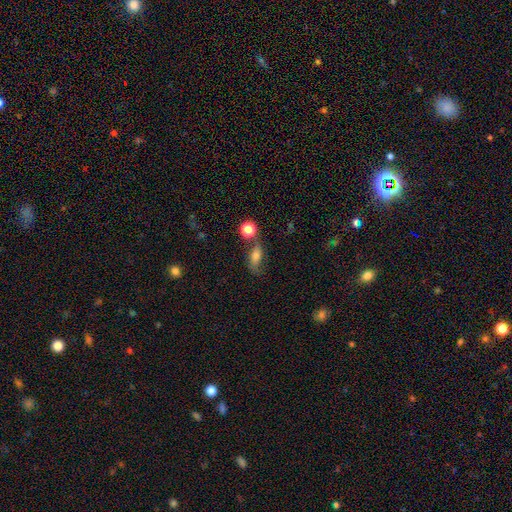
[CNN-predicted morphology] This is likely a smooth galaxy (62%). How rounded: likely in between (75%). Merging: possibly none (51%).